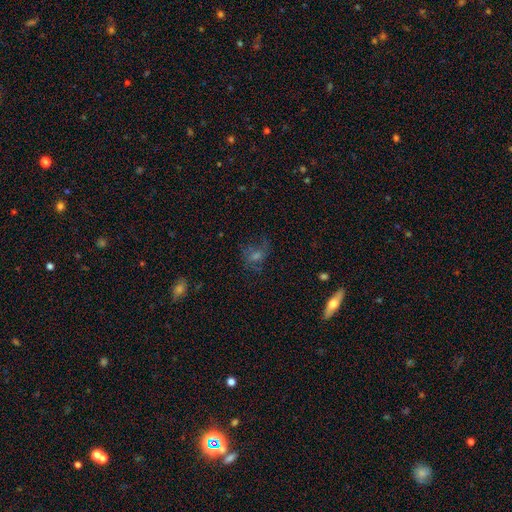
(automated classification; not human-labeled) smooth_or_featured: featured or disk (p=0.45) [alt: smooth p=0.30]
merging: none (p=0.63) [alt: minor disturbance p=0.19]